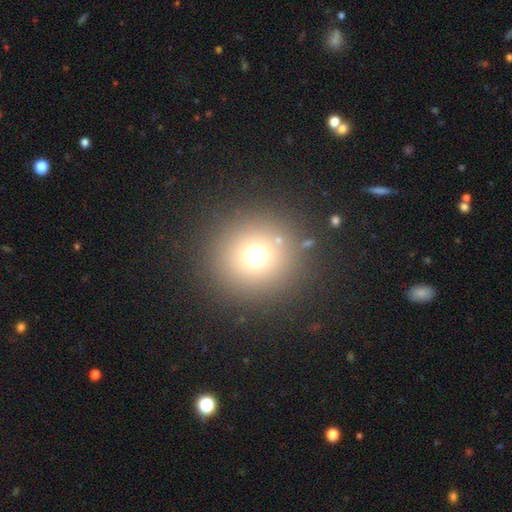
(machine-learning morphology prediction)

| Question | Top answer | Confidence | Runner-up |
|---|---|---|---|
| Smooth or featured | smooth | 67% | star or artifact (24%) |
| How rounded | round | 94% | in between (5%) |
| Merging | none | 85% | minor disturbance (6%) |